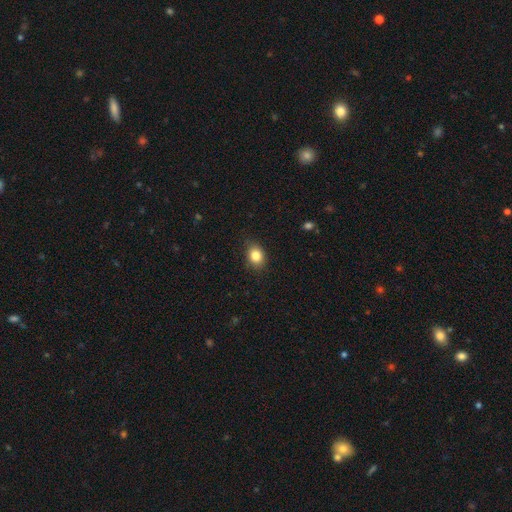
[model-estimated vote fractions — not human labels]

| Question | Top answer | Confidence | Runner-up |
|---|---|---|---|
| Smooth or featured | smooth | 84% | star or artifact (10%) |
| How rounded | in between | 56% | round (43%) |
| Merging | none | 83% | minor disturbance (13%) |